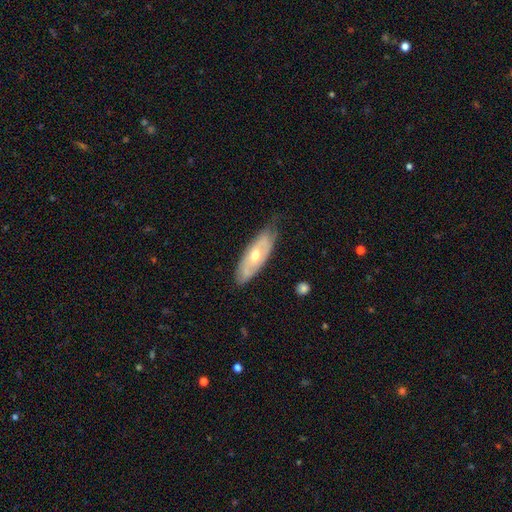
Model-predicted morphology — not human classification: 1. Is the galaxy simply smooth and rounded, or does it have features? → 58% featured or disk, 36% smooth, 6% star or artifact.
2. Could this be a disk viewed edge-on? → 75% no, 25% yes.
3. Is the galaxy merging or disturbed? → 65% none, 27% minor disturbance, 6% major disturbance, 2% merger.